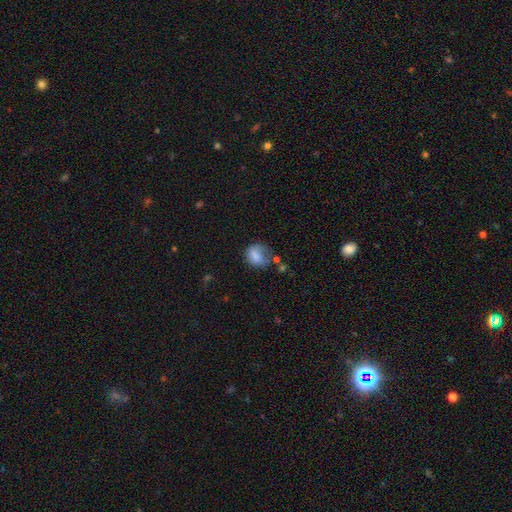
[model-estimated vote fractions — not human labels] This is likely a smooth galaxy (72%). How rounded: possibly round (52%). Merging: marginally none (38%).